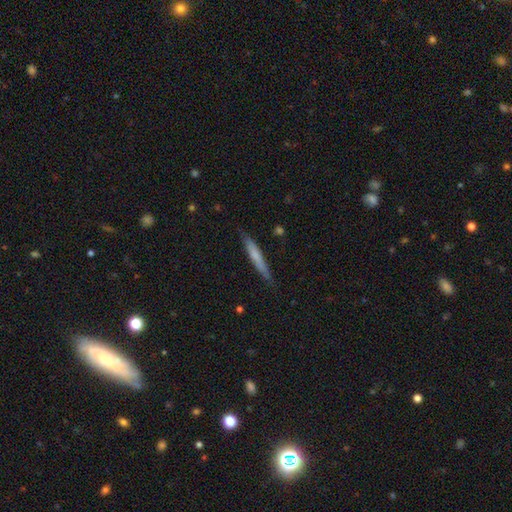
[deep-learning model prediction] Q: Smooth or featured?
A: smooth (60%); runner-up: featured or disk (34%)
Q: How rounded?
A: cigar-shaped (95%); runner-up: in between (4%)
Q: Merging?
A: none (83%); runner-up: minor disturbance (14%)